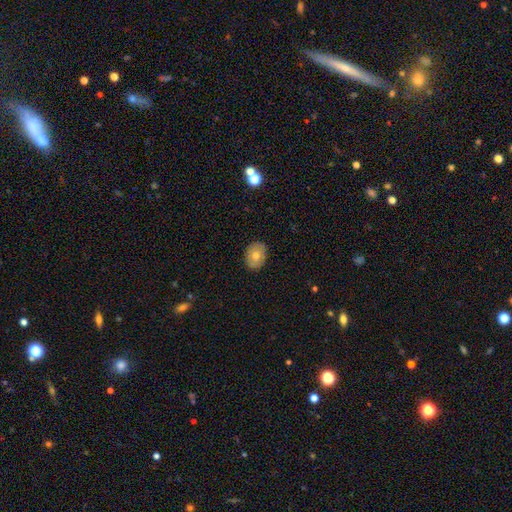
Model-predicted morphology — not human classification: Smooth or featured: smooth — 67% (featured or disk — 25%)
How rounded: in between — 61% (round — 38%)
Merging: none — 88% (minor disturbance — 9%)